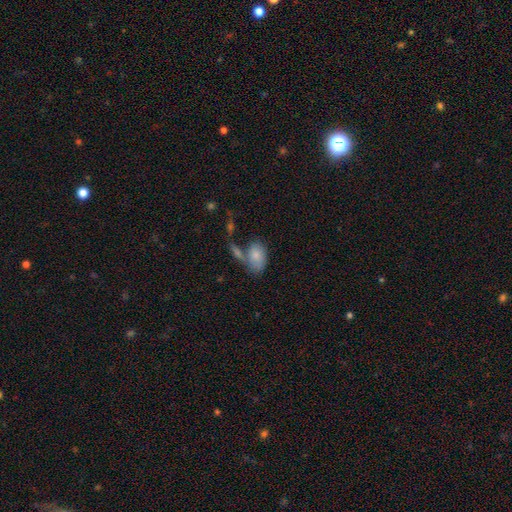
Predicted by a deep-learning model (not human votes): Smooth or featured: smooth — 79% (featured or disk — 14%)
How rounded: in between — 90% (round — 8%)
Merging: none — 43% (merger — 32%)